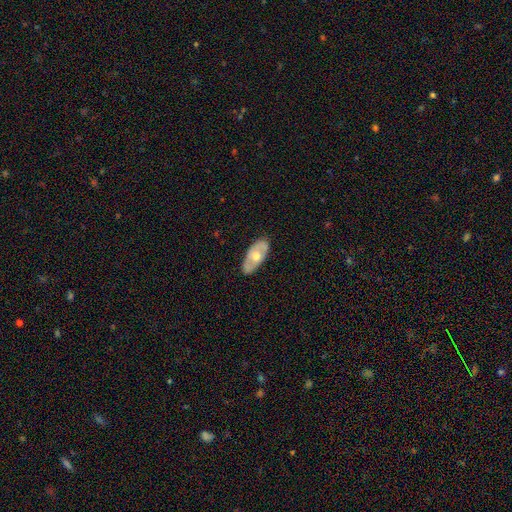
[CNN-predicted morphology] Overall: featured or disk (51%; smooth 44%). Edge-on disk: no (80%). Merging: none (81%).